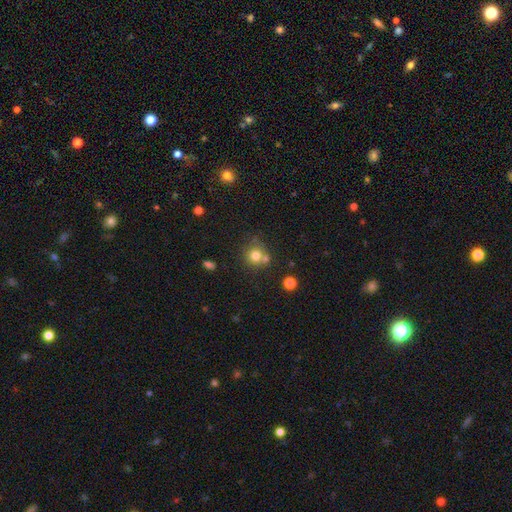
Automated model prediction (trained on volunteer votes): A smooth galaxy with no disk features (76%) that is round (89%).

Vote fractions:
- Smooth or featured? smooth: 76% / star or artifact: 13% / featured or disk: 11%
- How rounded? round: 89% / in between: 10% / cigar-shaped: 1%
- Merging? none: 59% / merger: 28% / minor disturbance: 10% / major disturbance: 3%